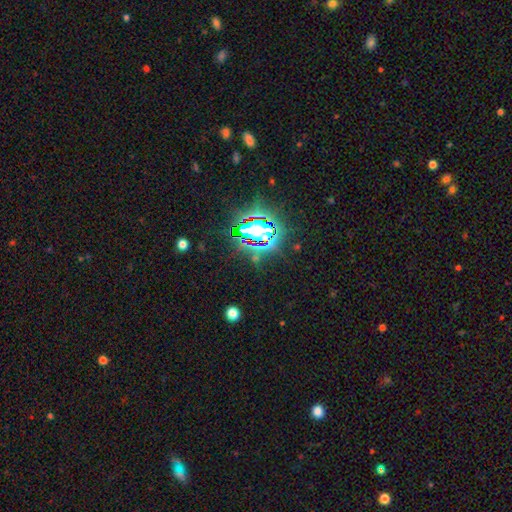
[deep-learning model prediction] Overall: star or artifact (78%).